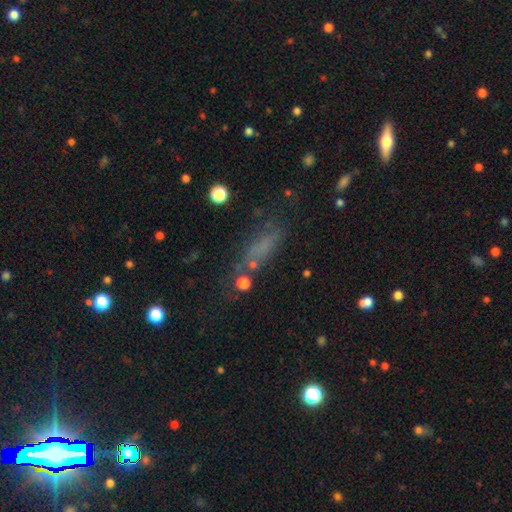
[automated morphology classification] type=smooth (56%); roundness=cigar-shaped (47%); merging=none (59%).